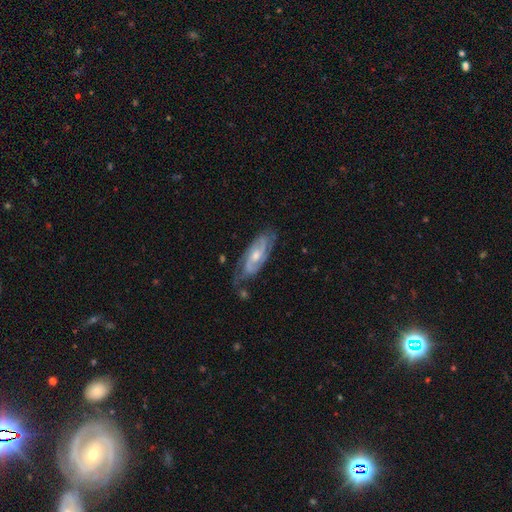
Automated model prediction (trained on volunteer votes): Q: Smooth or featured?
A: featured or disk (83%); runner-up: smooth (12%)
Q: Edge-on disk?
A: no (91%); runner-up: yes (9%)
Q: Bar?
A: no (47%); runner-up: weak (41%)
Q: Spiral arms?
A: yes (95%); runner-up: no (5%)
Q: Spiral winding?
A: medium (44%); tied with: tight (44%)
Q: Spiral arm count?
A: 2 (74%); runner-up: can't tell (12%)
Q: Bulge size?
A: moderate (58%); runner-up: small (36%)
Q: Merging?
A: none (69%); runner-up: minor disturbance (22%)